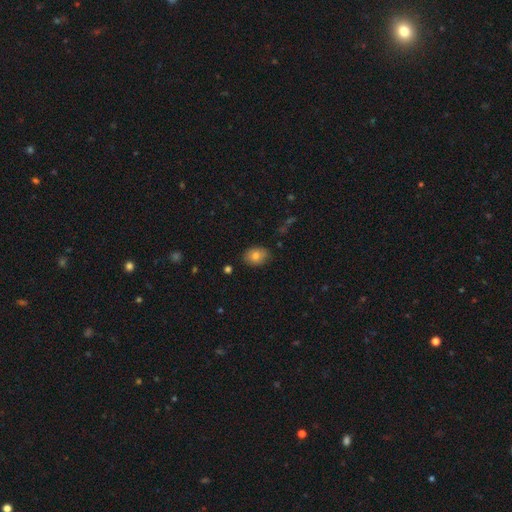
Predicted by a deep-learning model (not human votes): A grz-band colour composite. It shows a smooth galaxy with no disk features (80%) that is in between round and cigar-shaped (75%). Merging: none (84%).